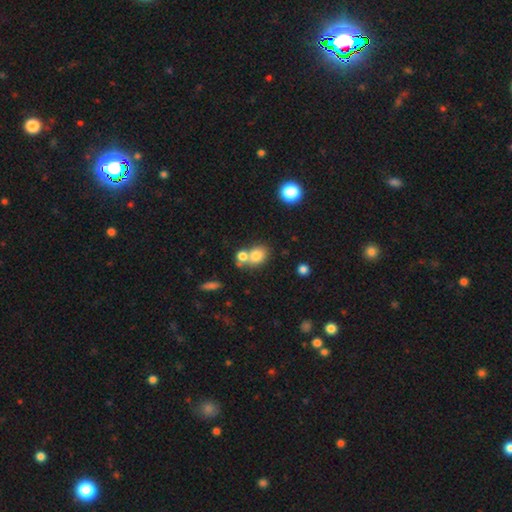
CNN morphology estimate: Overall: smooth (78%). How rounded: round (57%; in between 41%). Merging: merger (46%; none 42%).